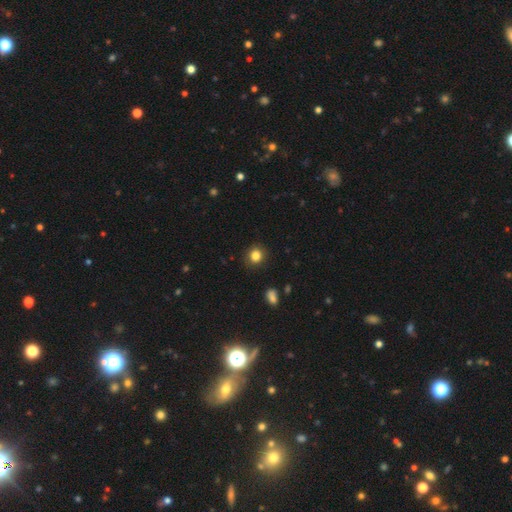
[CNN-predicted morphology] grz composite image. It shows a smooth galaxy with no disk features (84%) that is round (86%). Merging: none (89%).